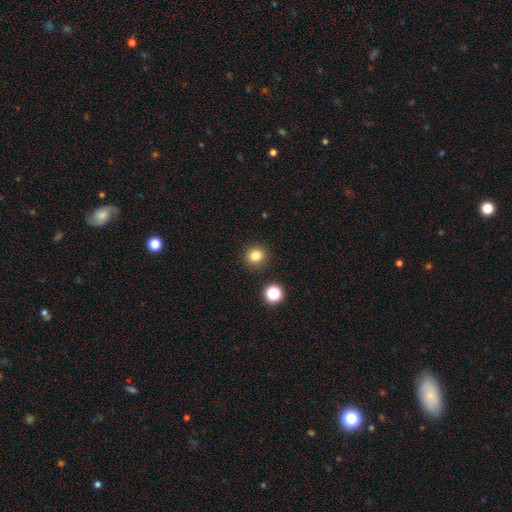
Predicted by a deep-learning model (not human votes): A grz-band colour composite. It shows a smooth galaxy with no disk features (81%) that is round (92%). Merging: none (90%).